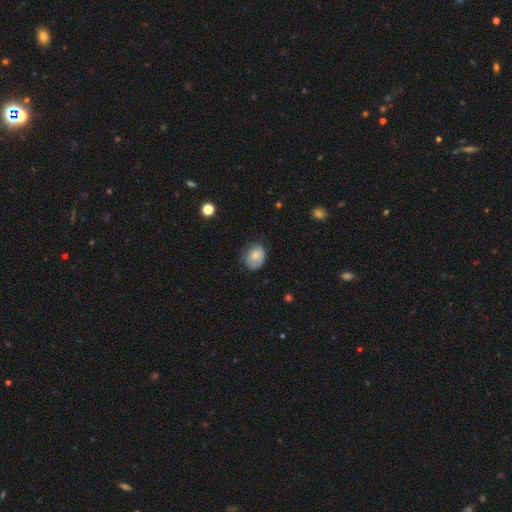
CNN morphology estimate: Smooth or featured?
  - smooth: 75% *
  - featured or disk: 17%
  - star or artifact: 8%
How rounded?
  - round: 53% *
  - in between: 47%
  - cigar-shaped: 1%
Merging?
  - none: 65% *
  - minor disturbance: 27%
  - major disturbance: 6%
  - merger: 1%